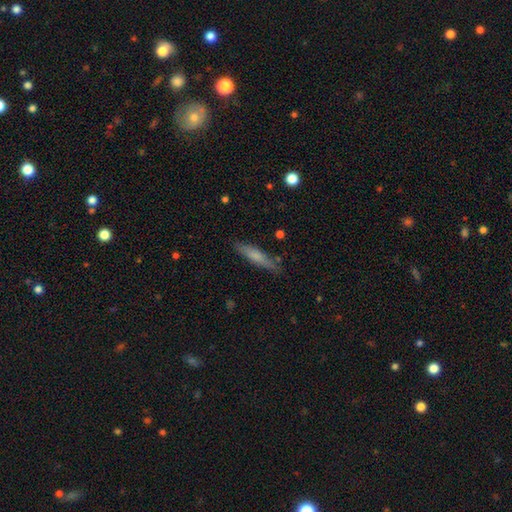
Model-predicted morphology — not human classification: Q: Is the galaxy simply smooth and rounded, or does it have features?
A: smooth — 69%.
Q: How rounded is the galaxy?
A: cigar-shaped — 85%.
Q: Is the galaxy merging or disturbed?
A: none — 83%.